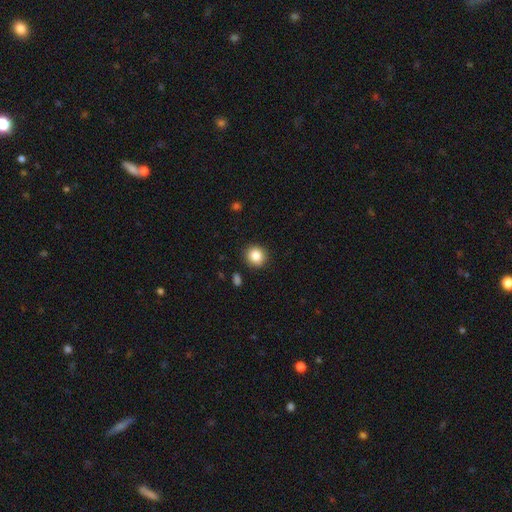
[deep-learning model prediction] Smooth or featured: smooth — 85% (star or artifact — 10%)
How rounded: round — 89% (in between — 10%)
Merging: none — 90% (minor disturbance — 7%)